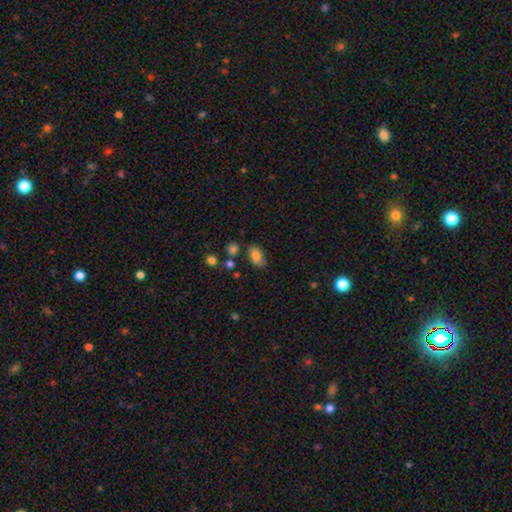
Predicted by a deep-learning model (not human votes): Q: Smooth or featured?
A: smooth (83%); runner-up: star or artifact (9%)
Q: How rounded?
A: in between (90%); runner-up: round (7%)
Q: Merging?
A: none (72%); runner-up: minor disturbance (19%)